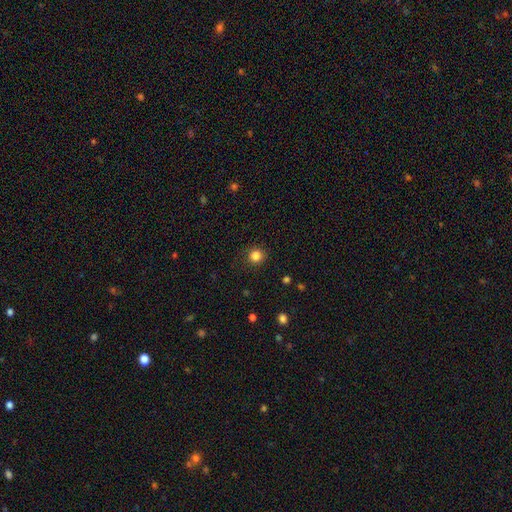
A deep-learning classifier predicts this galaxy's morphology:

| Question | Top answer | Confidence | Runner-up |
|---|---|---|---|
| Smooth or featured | smooth | 83% | star or artifact (12%) |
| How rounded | round | 92% | in between (7%) |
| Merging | none | 90% | minor disturbance (7%) |